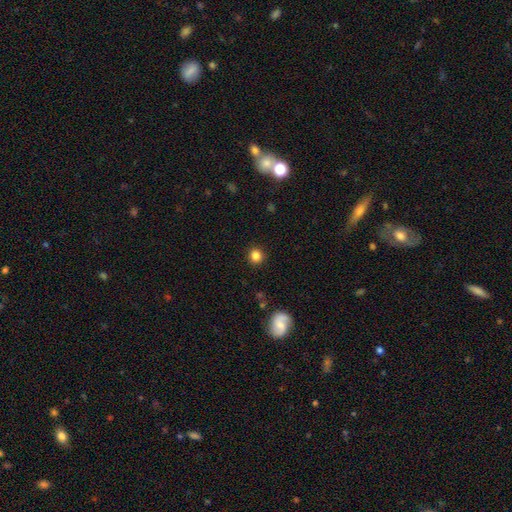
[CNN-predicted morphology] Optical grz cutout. It shows a smooth galaxy with no disk features (83%) that is round (90%). Merging: none (90%).